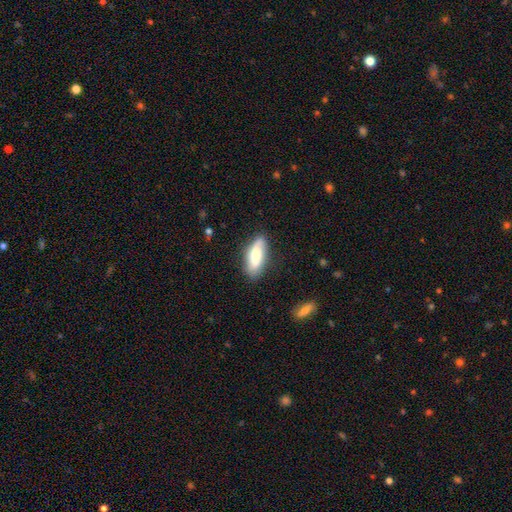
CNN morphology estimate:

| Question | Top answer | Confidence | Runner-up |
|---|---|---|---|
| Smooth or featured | smooth | 65% | featured or disk (28%) |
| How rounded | in between | 76% | cigar-shaped (22%) |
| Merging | none | 79% | minor disturbance (16%) |